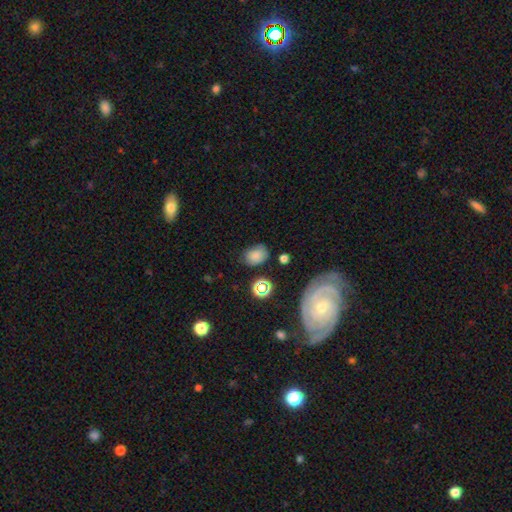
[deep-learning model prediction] smooth-or-featured: smooth: 75% | star or artifact: 14% | featured or disk: 12%
  how-rounded: in between: 66% | round: 32% | cigar-shaped: 1%
  merging: none: 68% | minor disturbance: 21% | major disturbance: 6% | merger: 4%